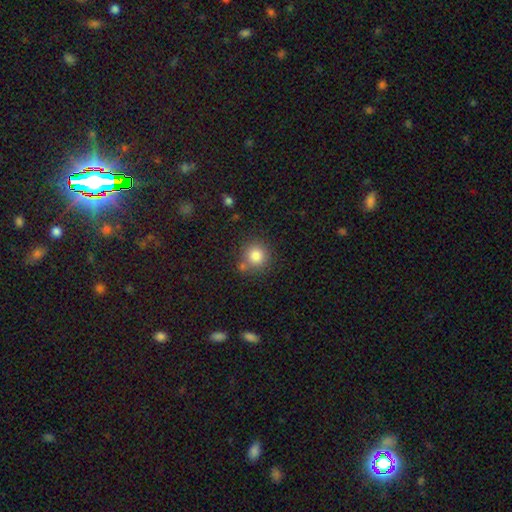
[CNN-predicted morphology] The model was most divided on "merging": none: 76%, minor disturbance: 11%, merger: 9%, major disturbance: 4%. More confident: how rounded — round (91%); smooth or featured — smooth (83%).